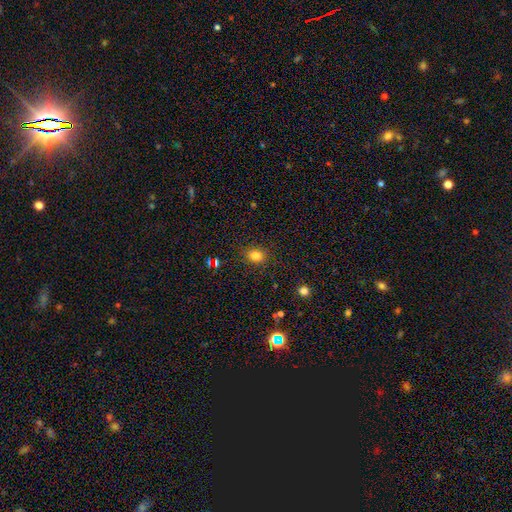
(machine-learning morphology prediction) type=smooth (80%); roundness=round (60%); merging=none (86%).